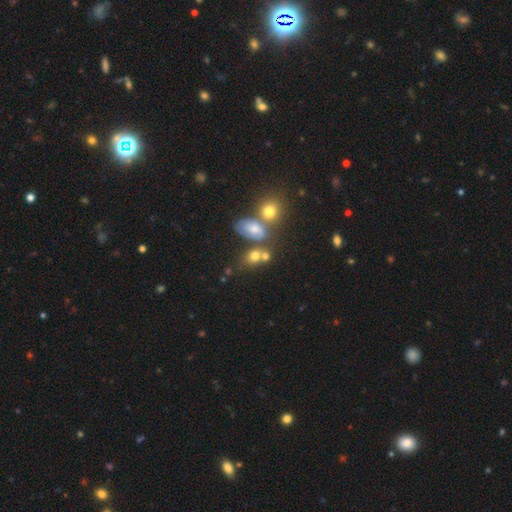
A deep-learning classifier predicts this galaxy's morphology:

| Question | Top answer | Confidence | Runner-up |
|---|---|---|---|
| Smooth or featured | smooth | 67% | featured or disk (18%) |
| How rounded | in between | 56% | round (42%) |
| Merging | merger | 41% | none (37%) |